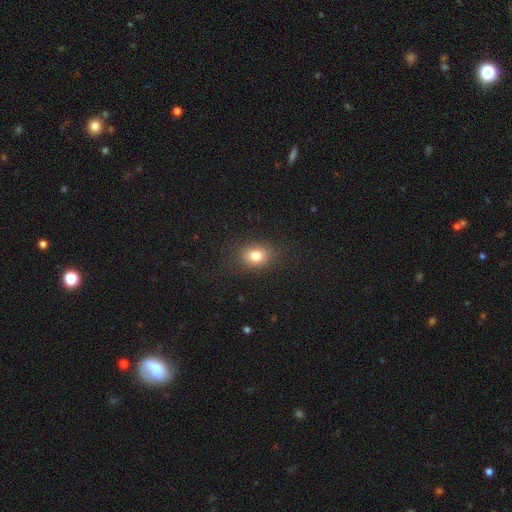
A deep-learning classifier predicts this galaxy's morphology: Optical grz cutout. It shows a smooth galaxy with no disk features (80%) that is in between round and cigar-shaped (59%). Merging: none (84%).